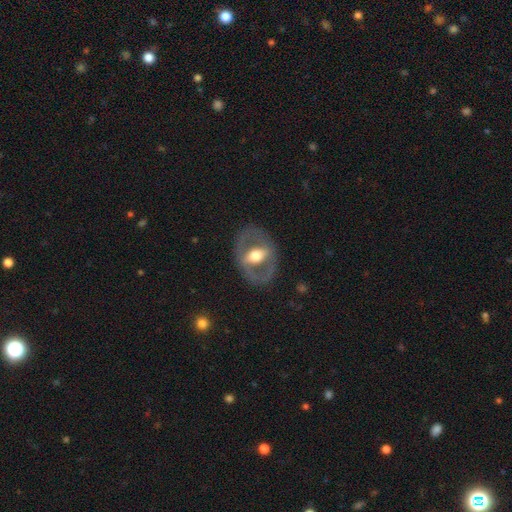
A featured or disk galaxy (63%) with no bar (55%), no spiral arms (80%) and a moderate central bulge (75%). Merging: none (76%).